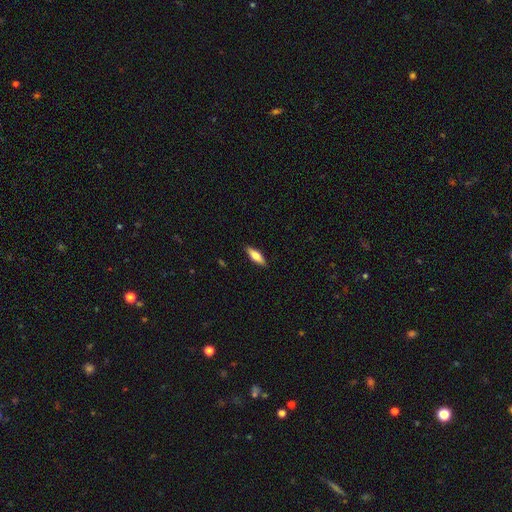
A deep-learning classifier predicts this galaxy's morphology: Overall: smooth (71%). How rounded: in between (52%; cigar-shaped 46%). Merging: none (89%).